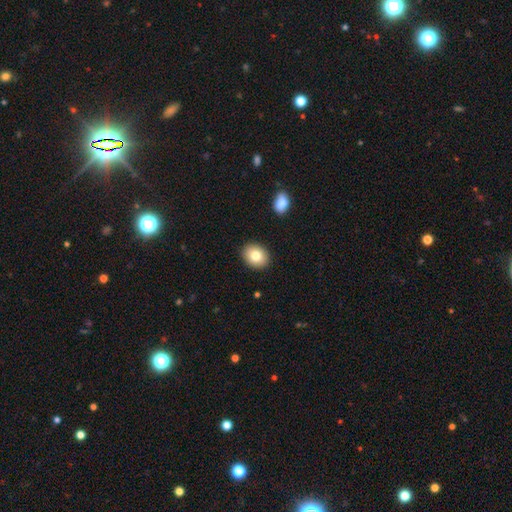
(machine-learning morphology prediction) This is clearly a smooth galaxy (81%). How rounded: possibly round (52%). Merging: clearly none (90%).